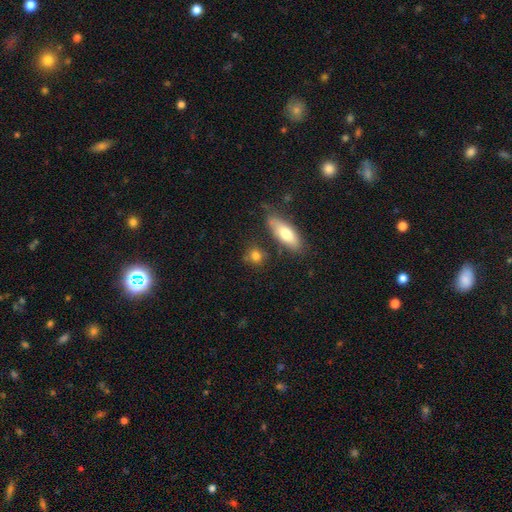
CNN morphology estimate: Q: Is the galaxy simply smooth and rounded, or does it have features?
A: smooth — 78%.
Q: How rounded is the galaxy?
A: round — 59%.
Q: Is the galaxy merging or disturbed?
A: none — 70%.